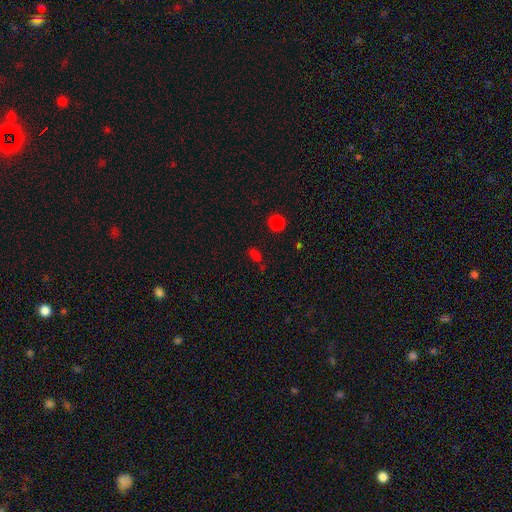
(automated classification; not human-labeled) Smooth or featured?
  - smooth: 55% *
  - star or artifact: 38%
  - featured or disk: 7%
How rounded?
  - in between: 70% *
  - round: 22%
  - cigar-shaped: 9%
Merging?
  - none: 67% *
  - minor disturbance: 14%
  - merger: 11%
  - major disturbance: 8%